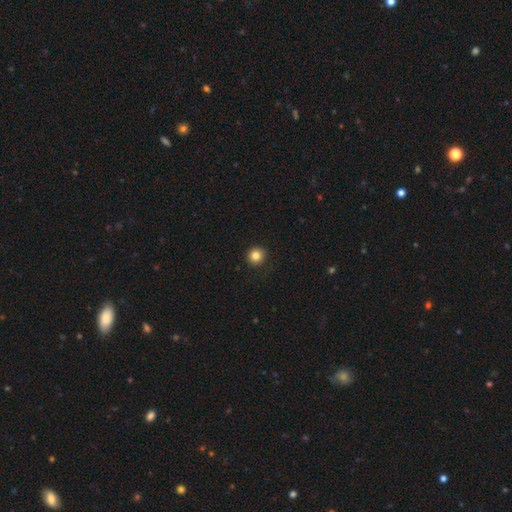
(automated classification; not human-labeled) This is clearly a smooth galaxy (84%). How rounded: clearly round (94%). Merging: clearly none (91%).